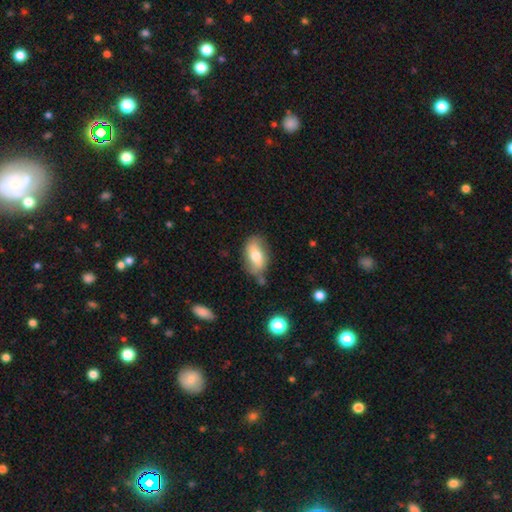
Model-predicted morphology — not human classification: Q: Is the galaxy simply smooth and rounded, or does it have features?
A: smooth — 66%.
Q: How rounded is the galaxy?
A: in between — 88%.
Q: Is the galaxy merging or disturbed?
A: none — 66%.